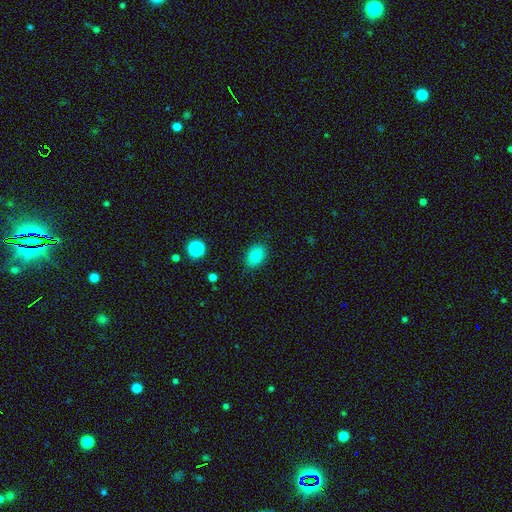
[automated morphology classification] This appears to be a smooth galaxy with no disk features (82%) that is in between round and cigar-shaped (77%). Merging: none (86%).